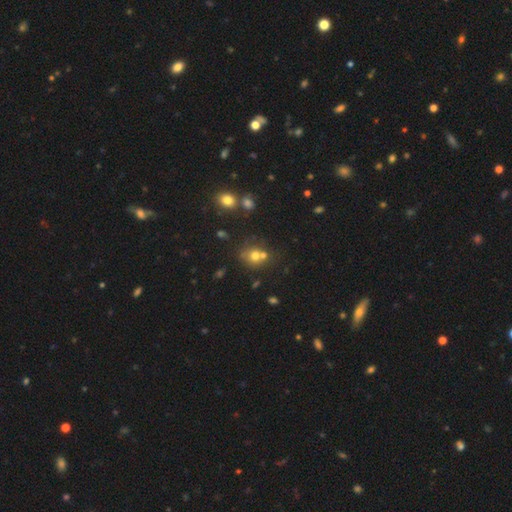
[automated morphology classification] Q: Smooth or featured?
A: smooth (66%); runner-up: star or artifact (19%)
Q: How rounded?
A: round (75%); runner-up: in between (24%)
Q: Merging?
A: none (48%); runner-up: merger (37%)